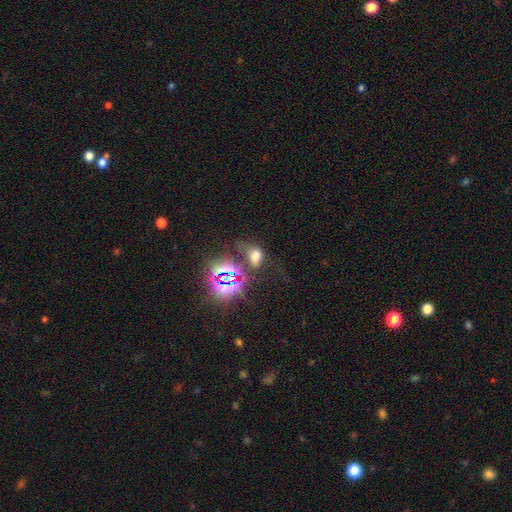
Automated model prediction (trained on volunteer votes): Smooth or featured? Predicted: smooth (p=0.49). Merging? Predicted: none (p=0.43).